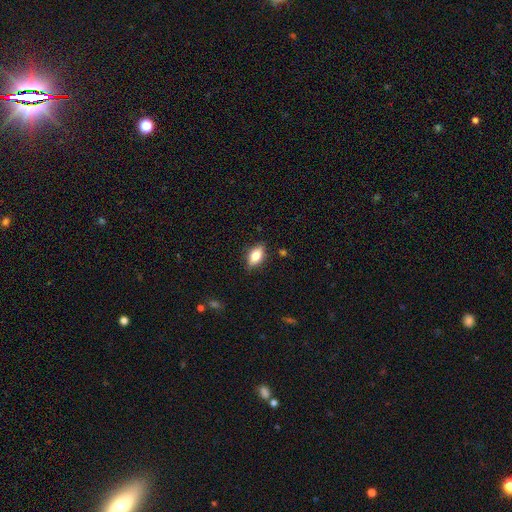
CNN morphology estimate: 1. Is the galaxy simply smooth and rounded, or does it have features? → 76% smooth, 17% featured or disk, 8% star or artifact.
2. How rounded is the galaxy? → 87% in between, 7% cigar-shaped, 6% round.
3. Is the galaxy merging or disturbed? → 84% none, 12% minor disturbance, 2% major disturbance, 1% merger.